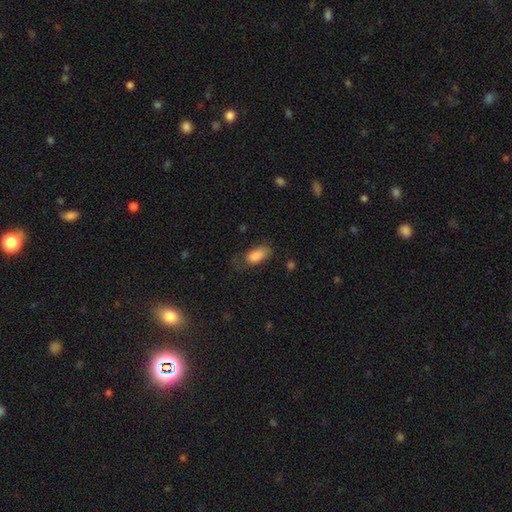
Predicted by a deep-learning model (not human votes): A smooth galaxy with no disk features (86%) that is in between round and cigar-shaped (90%). Merging: none (59%).